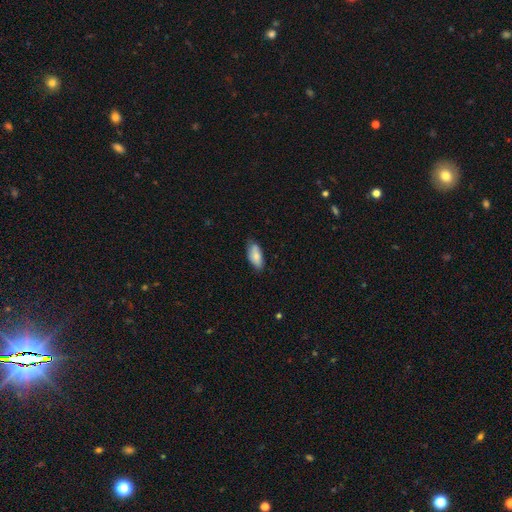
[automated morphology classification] smooth_or_featured: smooth (p=0.79) [alt: featured or disk p=0.14]
how_rounded: in between (p=0.86) [alt: cigar-shaped p=0.12]
merging: none (p=0.74) [alt: minor disturbance p=0.21]